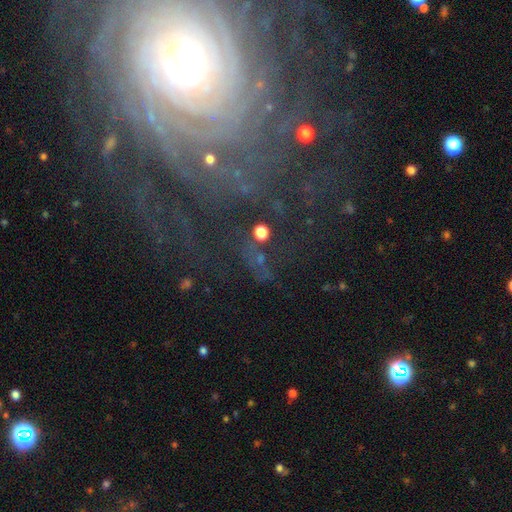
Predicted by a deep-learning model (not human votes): This appears to be a featured or disk galaxy (62%) with no bar (44%), spiral arms (87%) and a small central bulge (61%). Merging: none (64%).